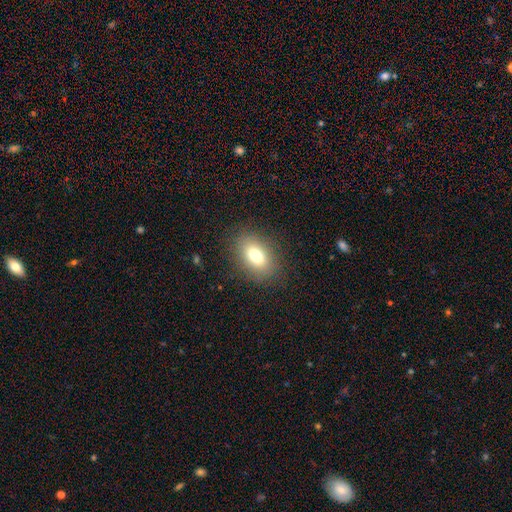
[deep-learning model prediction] smooth 76%, featured or disk 14%, star or artifact 10%. Down the decision tree: how rounded — in between (85%); merging — none (85%).